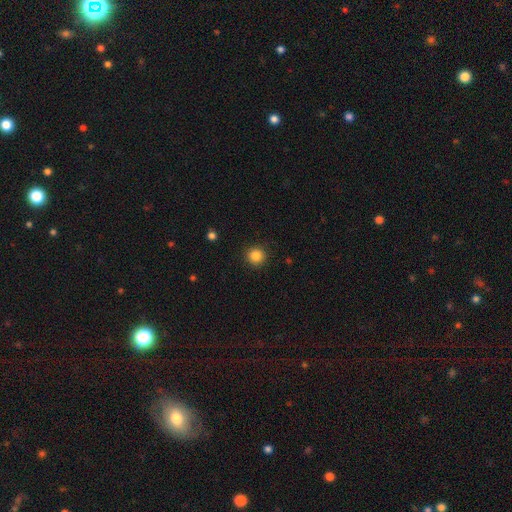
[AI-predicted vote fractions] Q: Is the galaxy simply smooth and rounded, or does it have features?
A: smooth — 85%.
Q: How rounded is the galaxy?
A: round — 94%.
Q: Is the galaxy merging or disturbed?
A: none — 92%.